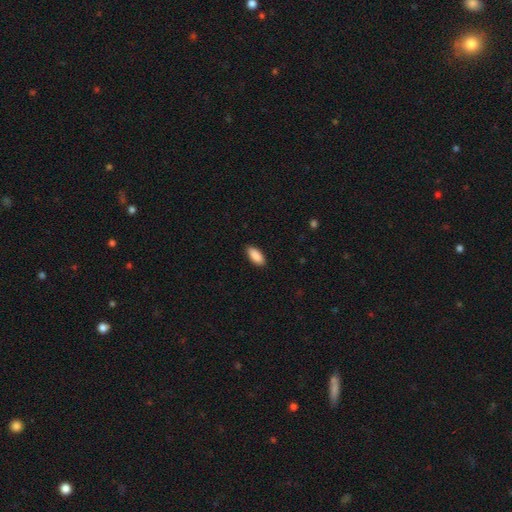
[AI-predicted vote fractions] Smooth or featured? Predicted: smooth (p=0.90). How rounded? Predicted: in between (p=0.88). Merging? Predicted: none (p=0.89).